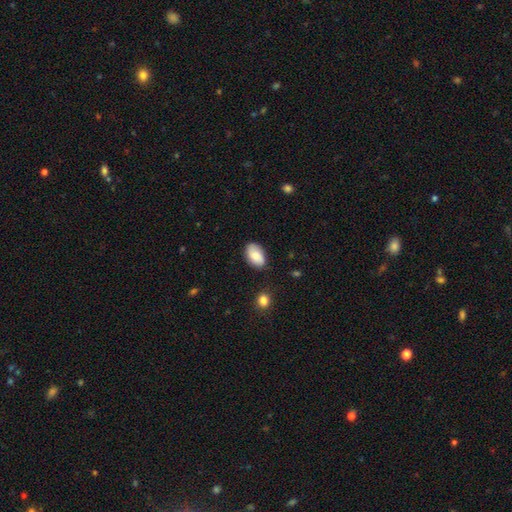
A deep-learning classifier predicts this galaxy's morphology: smooth_or_featured: smooth (p=0.79) [alt: featured or disk p=0.14]
how_rounded: in between (p=0.92) [alt: round p=0.06]
merging: none (p=0.80) [alt: minor disturbance p=0.15]